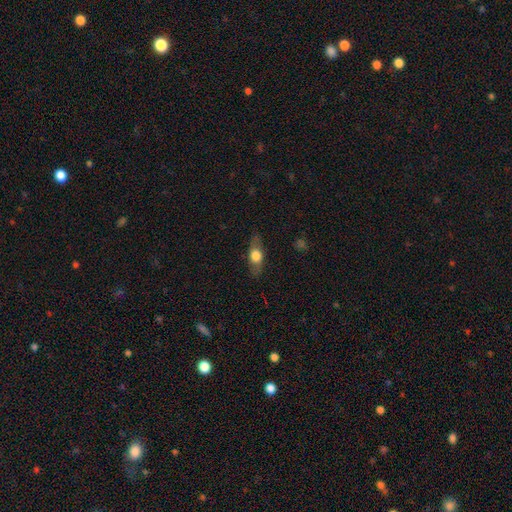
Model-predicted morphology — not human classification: Smooth or featured? smooth (57%)
How rounded? in between (64%)
Merging? none (80%)